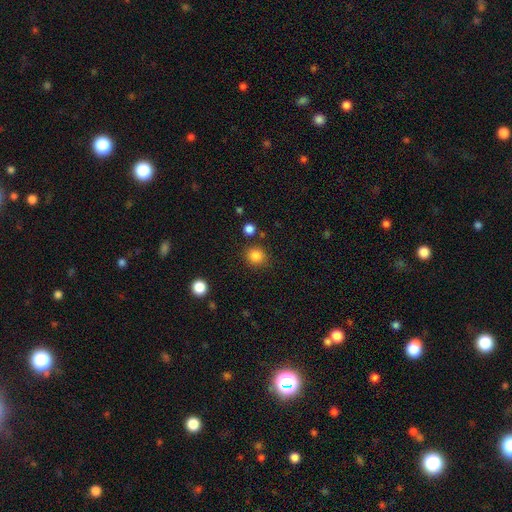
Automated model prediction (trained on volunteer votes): The model was most divided on "smooth or featured": smooth: 85%, star or artifact: 11%, featured or disk: 4%. More confident: how rounded — round (89%); merging — none (85%).